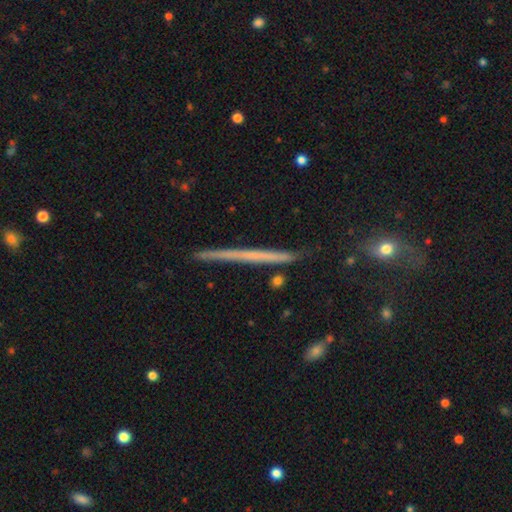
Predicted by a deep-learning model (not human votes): smooth-or-featured: featured or disk: 58% | smooth: 35% | star or artifact: 7%
  disk-edge-on: yes: 98% | no: 2%
    edge-on-bulge: none: 88% | rounded: 9% | boxy: 3%
  merging: none: 90% | minor disturbance: 7% | merger: 2% | major disturbance: 1%